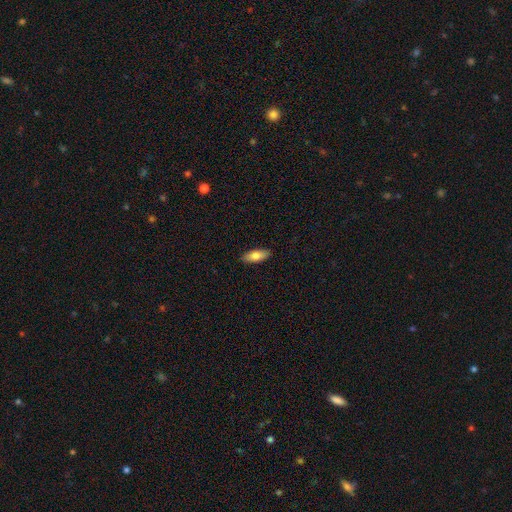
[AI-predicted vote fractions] smooth_or_featured: smooth (p=0.79) [alt: featured or disk p=0.15]
how_rounded: in between (p=0.74) [alt: cigar-shaped p=0.24]
merging: none (p=0.89) [alt: minor disturbance p=0.08]